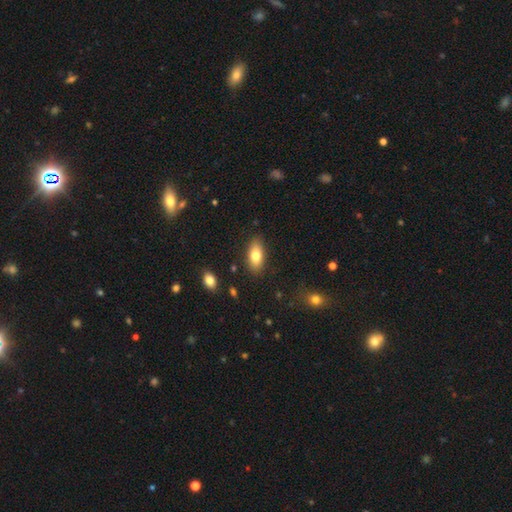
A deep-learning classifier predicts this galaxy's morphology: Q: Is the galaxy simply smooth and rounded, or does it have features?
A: smooth — 79%.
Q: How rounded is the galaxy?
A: in between — 88%.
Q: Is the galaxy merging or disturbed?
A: none — 86%.